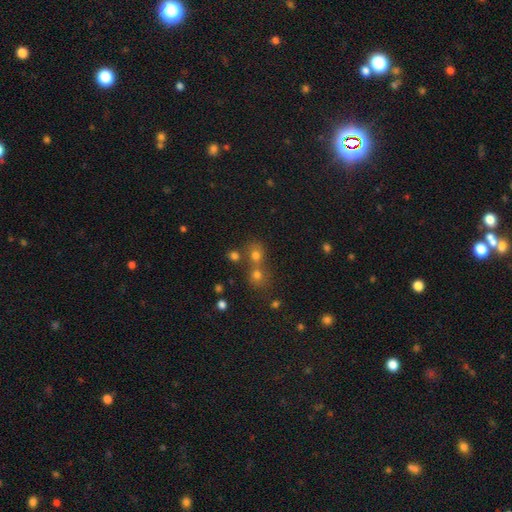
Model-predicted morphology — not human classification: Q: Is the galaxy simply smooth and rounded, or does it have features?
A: smooth — 59%.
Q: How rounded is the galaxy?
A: round — 81%.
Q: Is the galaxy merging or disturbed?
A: none — 47%.